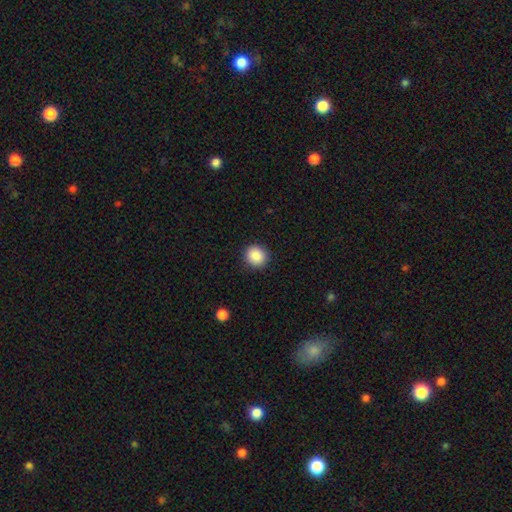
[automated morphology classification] smooth 88%, star or artifact 9%, featured or disk 3%. Down the decision tree: how rounded — round (87%); merging — none (90%).